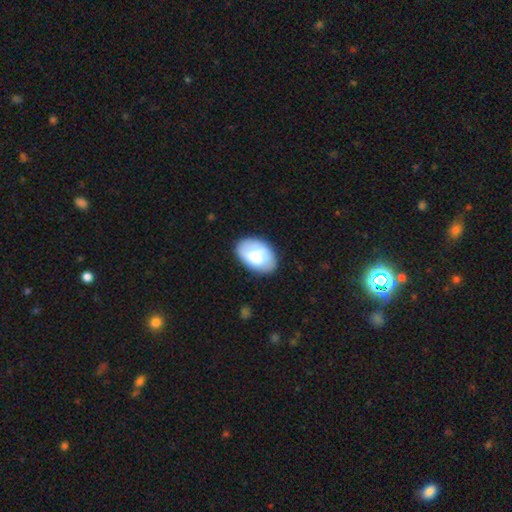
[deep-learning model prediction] Overall: smooth (73%). How rounded: in between (90%). Merging: none (77%).